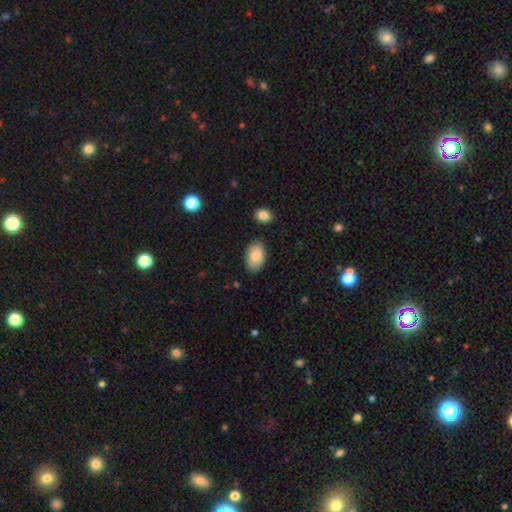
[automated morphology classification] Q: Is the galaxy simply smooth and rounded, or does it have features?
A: smooth — 85%.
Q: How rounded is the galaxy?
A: in between — 93%.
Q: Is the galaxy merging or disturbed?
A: none — 84%.